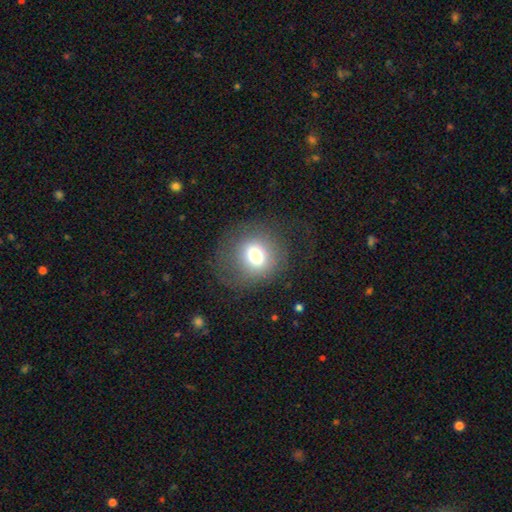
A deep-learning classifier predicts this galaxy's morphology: Q: Smooth or featured?
A: smooth (65%); runner-up: featured or disk (23%)
Q: How rounded?
A: round (81%); runner-up: in between (19%)
Q: Merging?
A: none (67%); runner-up: major disturbance (17%)